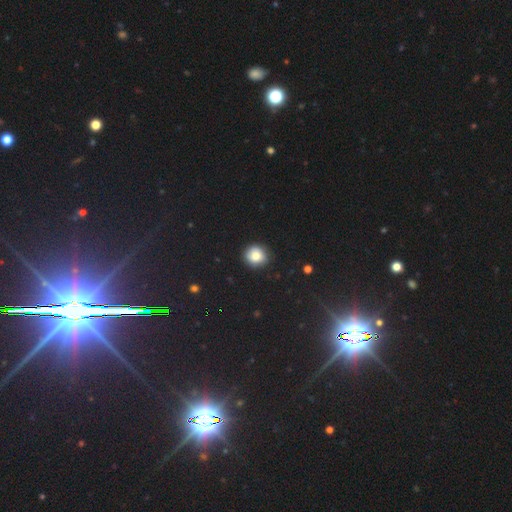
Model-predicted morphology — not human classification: Overall: smooth (79%). How rounded: round (87%). Merging: none (85%).